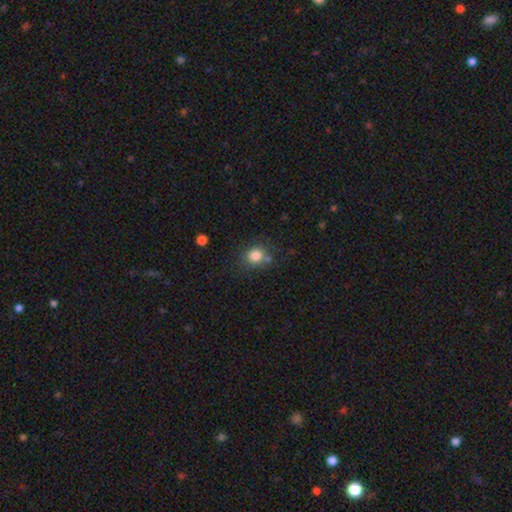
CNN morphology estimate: Smooth or featured: smooth — 82% (star or artifact — 11%)
How rounded: round — 76% (in between — 23%)
Merging: none — 70% (minor disturbance — 15%)